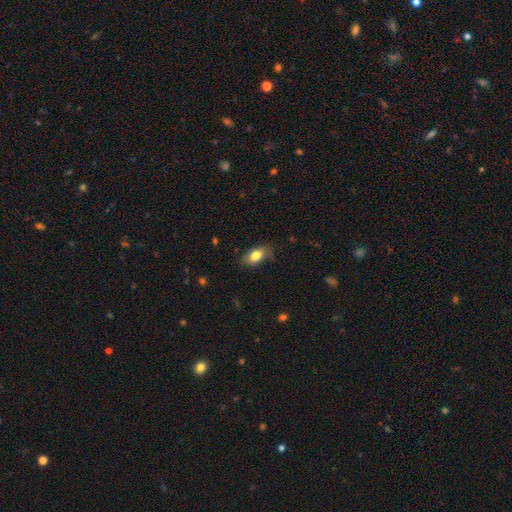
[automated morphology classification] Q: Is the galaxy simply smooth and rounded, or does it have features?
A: smooth — 80%.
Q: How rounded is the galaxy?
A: in between — 89%.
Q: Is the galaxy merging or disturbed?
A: none — 75%.